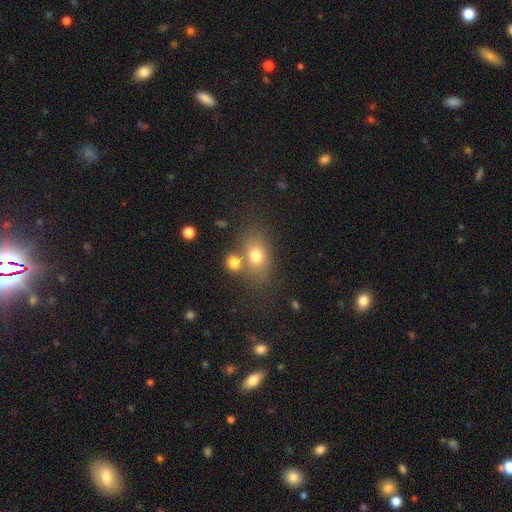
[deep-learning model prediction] Smooth or featured?
  - smooth: 73% *
  - featured or disk: 15%
  - star or artifact: 12%
How rounded?
  - in between: 71% *
  - round: 26%
  - cigar-shaped: 2%
Merging?
  - none: 57% *
  - merger: 25%
  - minor disturbance: 13%
  - major disturbance: 6%